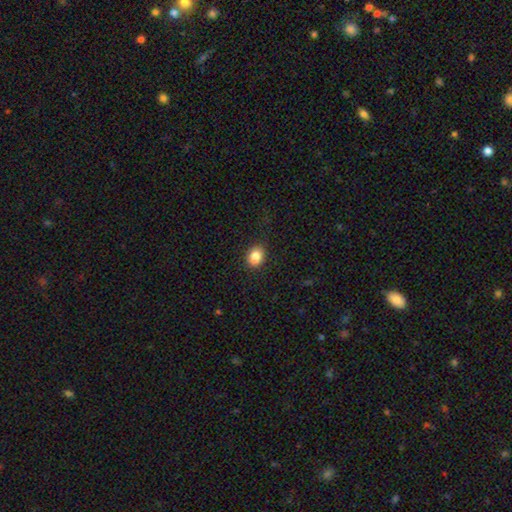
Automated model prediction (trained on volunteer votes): A smooth galaxy with no disk features (83%) that is in between round and cigar-shaped (58%). Merging: none (77%).